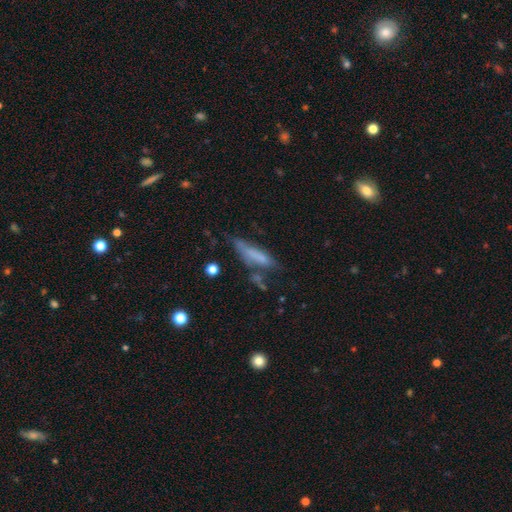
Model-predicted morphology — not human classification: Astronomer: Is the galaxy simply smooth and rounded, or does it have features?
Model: smooth — 61%.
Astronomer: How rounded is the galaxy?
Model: cigar-shaped — 74%.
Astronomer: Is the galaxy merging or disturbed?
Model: none — 46% (runner-up: minor disturbance, 27%).